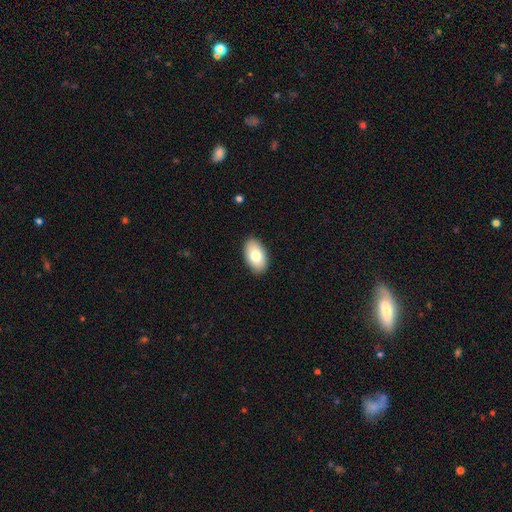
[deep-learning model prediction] Smooth or featured?
  - smooth: 79% *
  - featured or disk: 14%
  - star or artifact: 7%
How rounded?
  - in between: 94% *
  - round: 5%
  - cigar-shaped: 1%
Merging?
  - none: 89% *
  - minor disturbance: 8%
  - major disturbance: 2%
  - merger: 1%